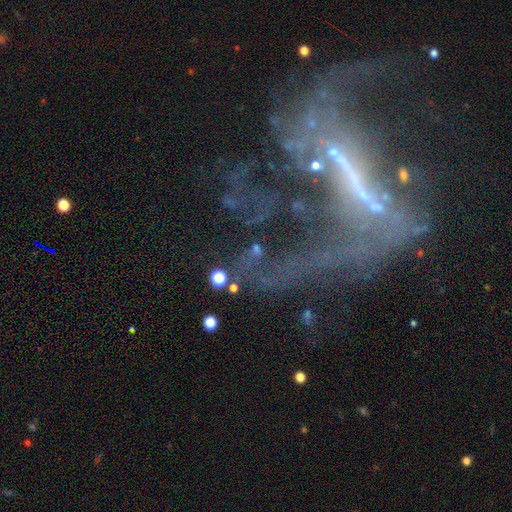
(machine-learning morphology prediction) Q: Smooth or featured?
A: featured or disk (63%); runner-up: star or artifact (24%)
Q: Edge-on disk?
A: no (81%); runner-up: yes (19%)
Q: Bar?
A: strong (46%); runner-up: no (28%)
Q: Spiral arms?
A: yes (65%); runner-up: no (35%)
Q: Bulge size?
A: small (39%); runner-up: none (28%)
Q: Merging?
A: none (46%); runner-up: major disturbance (29%)